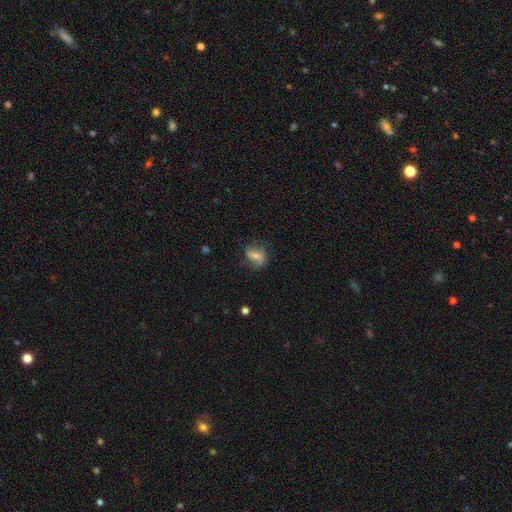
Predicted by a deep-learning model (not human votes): Q: Smooth or featured?
A: featured or disk (47%); runner-up: smooth (43%)
Q: Merging?
A: none (66%); runner-up: minor disturbance (23%)